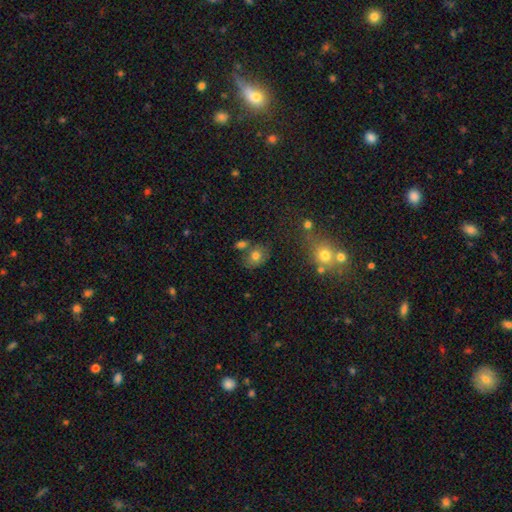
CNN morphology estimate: A smooth galaxy with no disk features (73%) that is in between round and cigar-shaped (58%).

Vote fractions:
- Smooth or featured? smooth: 73% / featured or disk: 14% / star or artifact: 13%
- How rounded? in between: 58% / round: 41% / cigar-shaped: 1%
- Merging? none: 62% / merger: 17% / minor disturbance: 16% / major disturbance: 5%